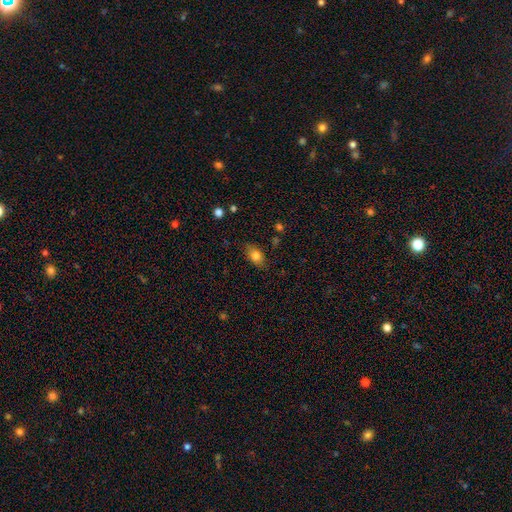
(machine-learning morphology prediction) The model was most divided on "merging": none: 79%, minor disturbance: 16%, major disturbance: 3%, merger: 1%. More confident: how rounded — in between (82%); smooth or featured — smooth (80%).